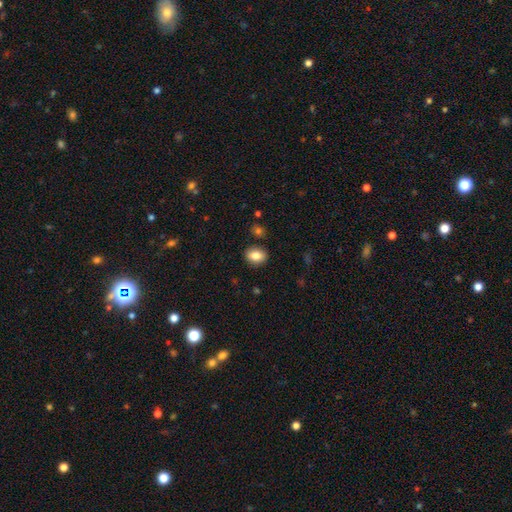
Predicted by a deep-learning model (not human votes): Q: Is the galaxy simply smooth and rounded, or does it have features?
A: smooth — 83%.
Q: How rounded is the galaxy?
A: in between — 63%.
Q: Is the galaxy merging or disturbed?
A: none — 87%.